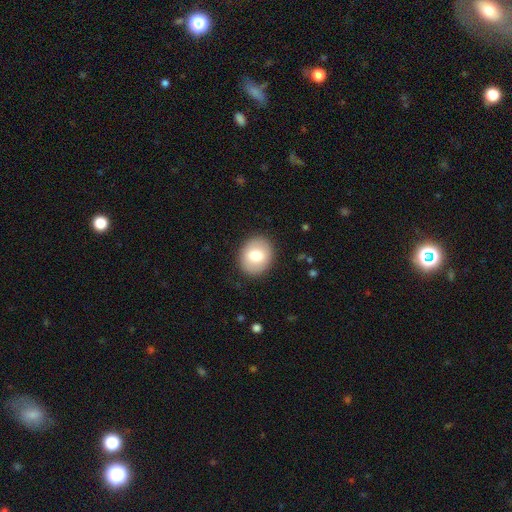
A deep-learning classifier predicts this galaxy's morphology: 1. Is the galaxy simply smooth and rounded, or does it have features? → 76% smooth, 16% featured or disk, 7% star or artifact.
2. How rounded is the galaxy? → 64% round, 35% in between, 1% cigar-shaped.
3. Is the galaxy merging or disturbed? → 89% none, 8% minor disturbance, 2% major disturbance, 1% merger.